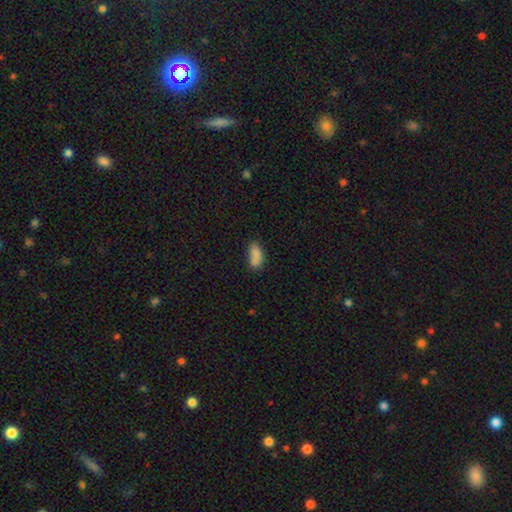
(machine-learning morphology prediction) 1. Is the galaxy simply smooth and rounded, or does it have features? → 83% smooth, 9% star or artifact, 8% featured or disk.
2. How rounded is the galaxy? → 82% in between, 15% cigar-shaped, 3% round.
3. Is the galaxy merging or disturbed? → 55% none, 27% minor disturbance, 10% merger, 8% major disturbance.